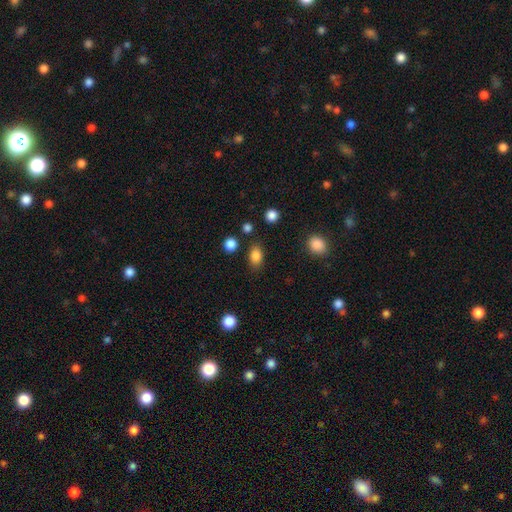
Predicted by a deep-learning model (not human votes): smooth-or-featured: smooth: 85% | star or artifact: 10% | featured or disk: 5%
  how-rounded: in between: 77% | round: 22% | cigar-shaped: 2%
  merging: none: 81% | minor disturbance: 11% | merger: 4% | major disturbance: 4%